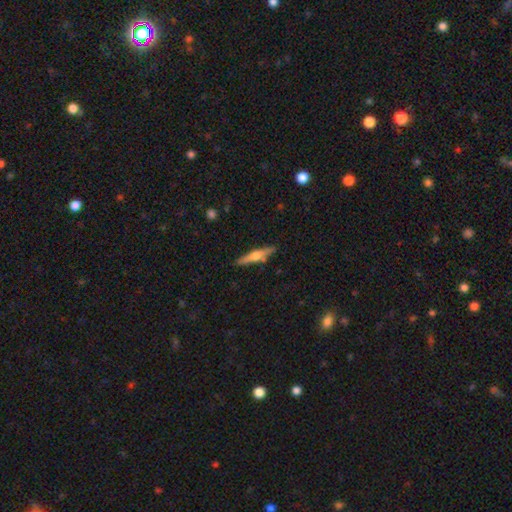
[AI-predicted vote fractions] featured or disk 60%, smooth 34%, star or artifact 6%. Down the decision tree: edge-on disk — yes (96%); edge-on bulge — rounded (90%); merging — none (86%).